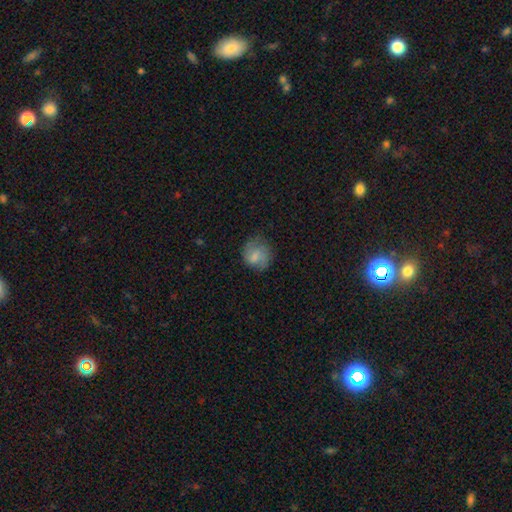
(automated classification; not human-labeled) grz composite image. It shows a smooth galaxy with no disk features (62%) that is round (77%). Merging: none (66%).